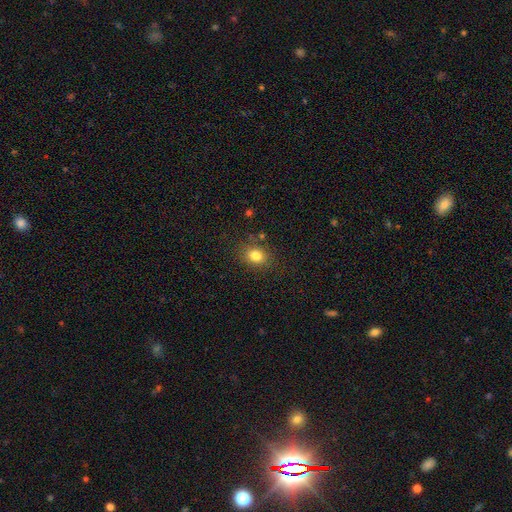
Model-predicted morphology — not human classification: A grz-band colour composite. It shows a smooth galaxy with no disk features (81%) that is in between round and cigar-shaped (52%). Merging: none (82%).